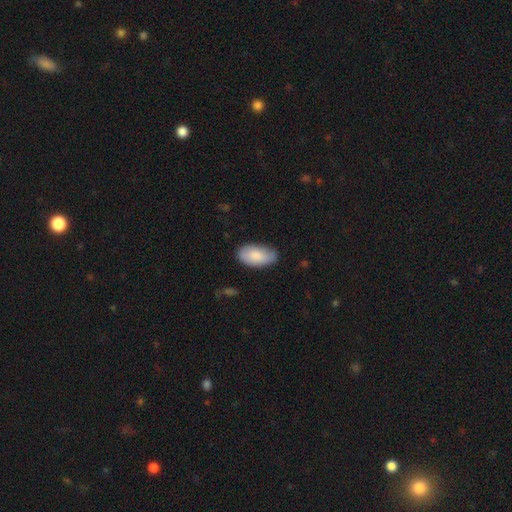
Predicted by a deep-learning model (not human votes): A smooth galaxy with no disk features (85%) that is in between round and cigar-shaped (95%).

Vote fractions:
- Smooth or featured? smooth: 85% / featured or disk: 10% / star or artifact: 5%
- How rounded? in between: 95% / cigar-shaped: 3% / round: 2%
- Merging? none: 79% / minor disturbance: 17% / major disturbance: 3% / merger: 1%